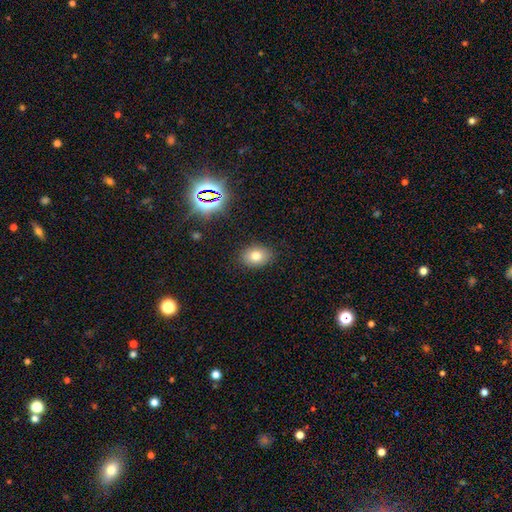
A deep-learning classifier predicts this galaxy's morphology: Q: Smooth or featured?
A: smooth (77%); runner-up: star or artifact (12%)
Q: How rounded?
A: in between (72%); runner-up: round (27%)
Q: Merging?
A: none (87%); runner-up: minor disturbance (9%)